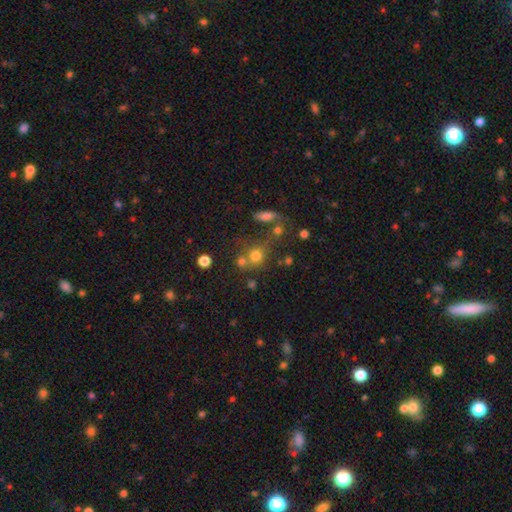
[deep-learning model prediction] Overall: smooth (72%). How rounded: round (80%). Merging: none (49%; merger 30%).